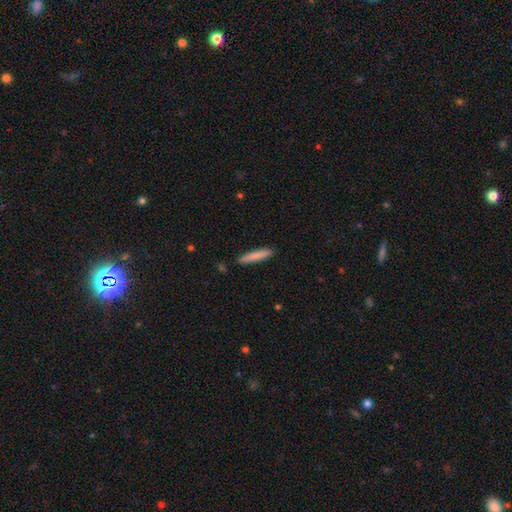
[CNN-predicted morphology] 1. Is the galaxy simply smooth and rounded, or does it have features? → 82% smooth, 12% featured or disk, 6% star or artifact.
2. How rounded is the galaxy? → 93% cigar-shaped, 6% in between, 1% round.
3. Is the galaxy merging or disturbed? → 89% none, 8% minor disturbance, 2% major disturbance, 1% merger.